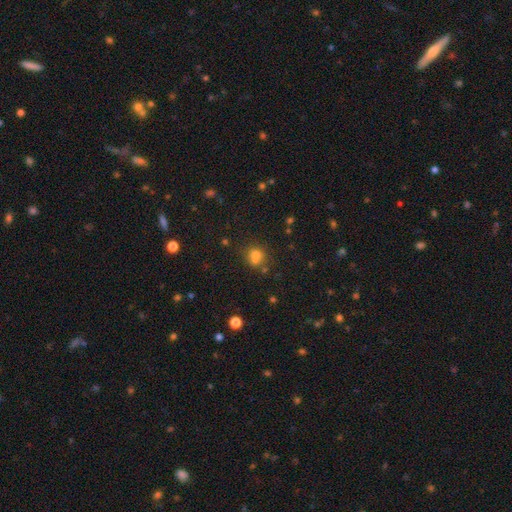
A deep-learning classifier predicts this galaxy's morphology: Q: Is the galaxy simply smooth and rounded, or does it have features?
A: smooth — 72%.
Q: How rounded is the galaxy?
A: round — 76%.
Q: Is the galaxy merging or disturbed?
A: none — 54%.